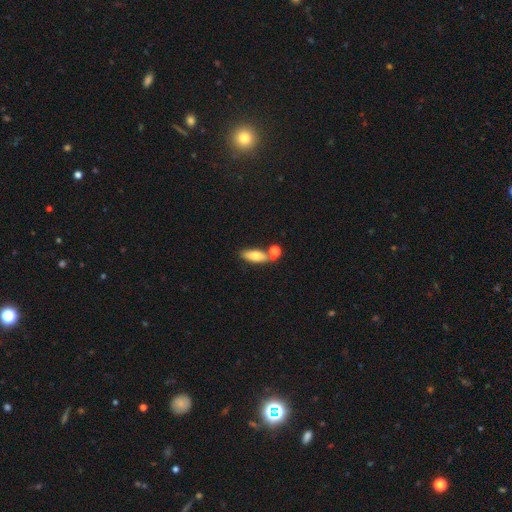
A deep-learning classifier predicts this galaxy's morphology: Smooth or featured?
  - smooth: 71% *
  - featured or disk: 21%
  - star or artifact: 8%
How rounded?
  - in between: 73% *
  - cigar-shaped: 23%
  - round: 4%
Merging?
  - none: 60% *
  - merger: 24%
  - minor disturbance: 13%
  - major disturbance: 4%